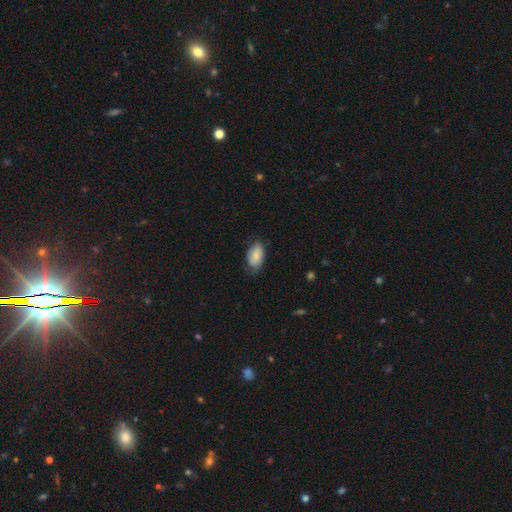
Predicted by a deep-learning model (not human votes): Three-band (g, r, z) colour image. It shows a smooth galaxy with no disk features (79%) that is in between round and cigar-shaped (93%). Merging: none (63%).